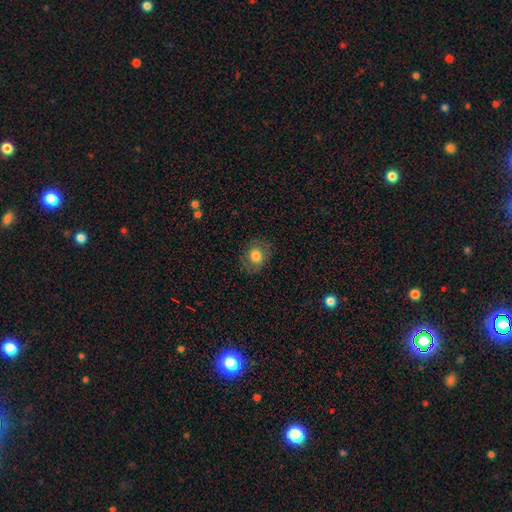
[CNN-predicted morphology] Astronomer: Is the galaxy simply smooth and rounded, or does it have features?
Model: smooth — 76%.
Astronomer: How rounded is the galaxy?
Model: round — 62%.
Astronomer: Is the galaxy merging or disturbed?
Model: none — 81%.